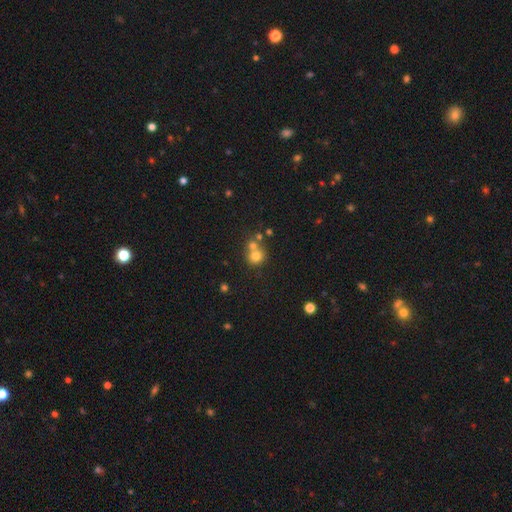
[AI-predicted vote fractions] Smooth or featured: smooth — 73% (star or artifact — 14%)
How rounded: round — 86% (in between — 13%)
Merging: none — 49% (merger — 39%)